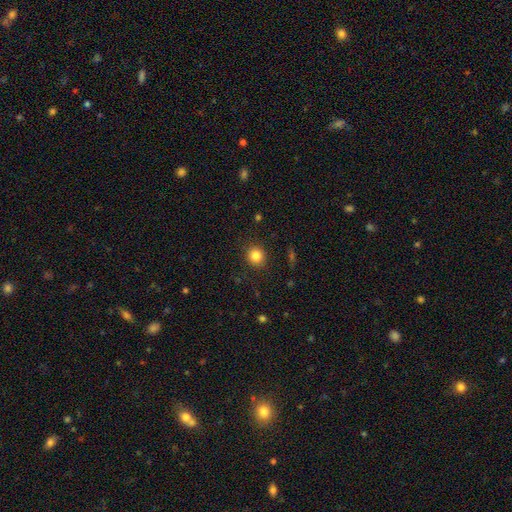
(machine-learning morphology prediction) Smooth or featured? smooth (84%)
How rounded? round (90%)
Merging? none (90%)